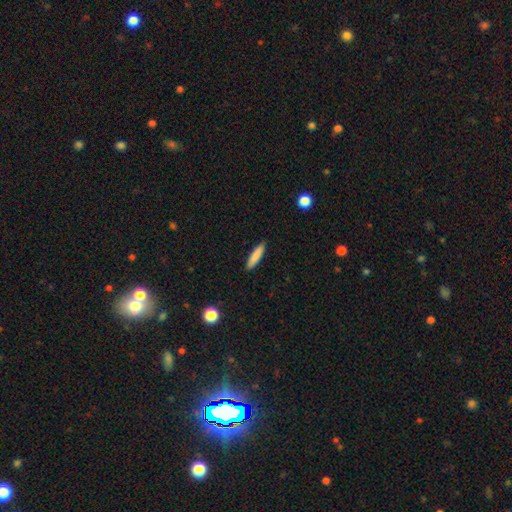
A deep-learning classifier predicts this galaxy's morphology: smooth 85%, featured or disk 9%, star or artifact 6%. Down the decision tree: how rounded — cigar-shaped (82%); merging — none (90%).